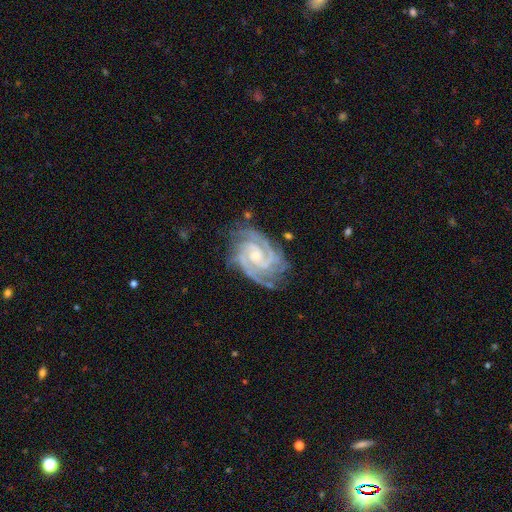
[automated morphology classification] A featured or disk galaxy (92%) with no bar (53%), 3 (35%) tight (67%) spiral arms (99%) and a small central bulge (56%). Merging: none (73%).